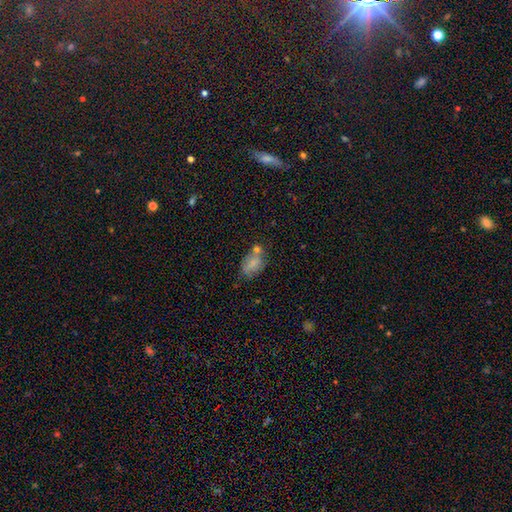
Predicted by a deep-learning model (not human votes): smooth-or-featured: smooth: 62% | featured or disk: 21% | star or artifact: 17%
  how-rounded: in between: 84% | round: 14% | cigar-shaped: 3%
  merging: none: 54% | minor disturbance: 20% | merger: 19% | major disturbance: 7%